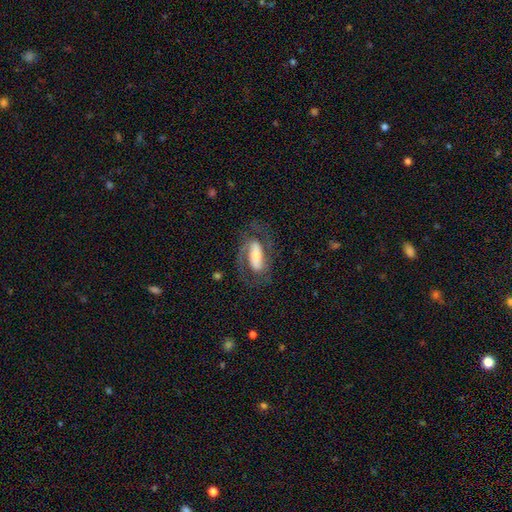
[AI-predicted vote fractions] Smooth or featured? Predicted: featured or disk (p=0.67). Edge-on disk? Predicted: no (p=0.91). Bar? Predicted: strong (p=0.48). Spiral arms? Predicted: yes (p=0.84). Spiral winding? Predicted: medium (p=0.49). Spiral arm count? Predicted: 2 (p=0.81). Bulge size? Predicted: small (p=0.39). Merging? Predicted: none (p=0.65).